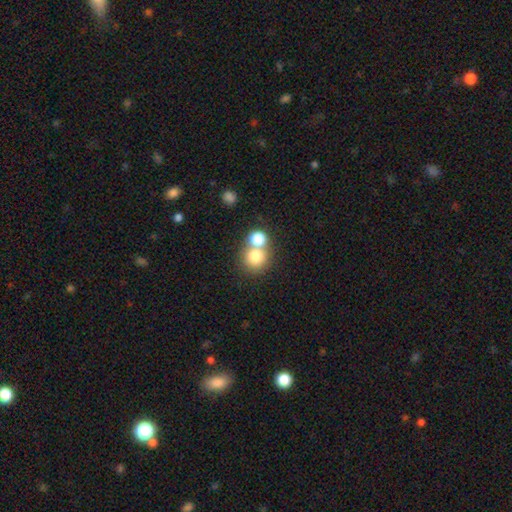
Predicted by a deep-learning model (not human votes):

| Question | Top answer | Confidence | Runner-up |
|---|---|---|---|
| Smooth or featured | smooth | 76% | star or artifact (12%) |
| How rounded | round | 87% | in between (12%) |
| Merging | none | 47% | merger (45%) |